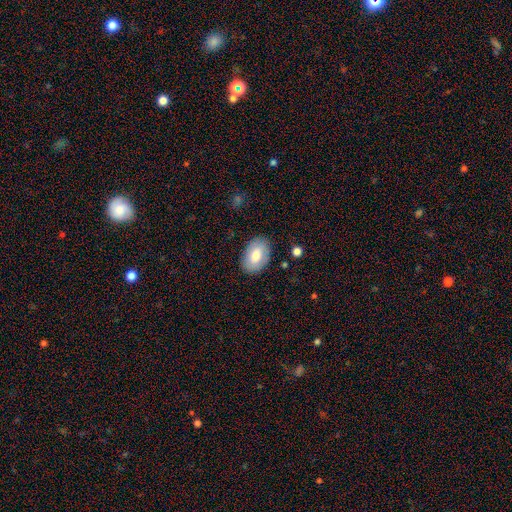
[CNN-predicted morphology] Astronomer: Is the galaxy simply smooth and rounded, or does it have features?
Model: smooth — 75%.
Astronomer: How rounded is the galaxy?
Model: in between — 90%.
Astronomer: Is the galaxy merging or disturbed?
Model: none — 85%.